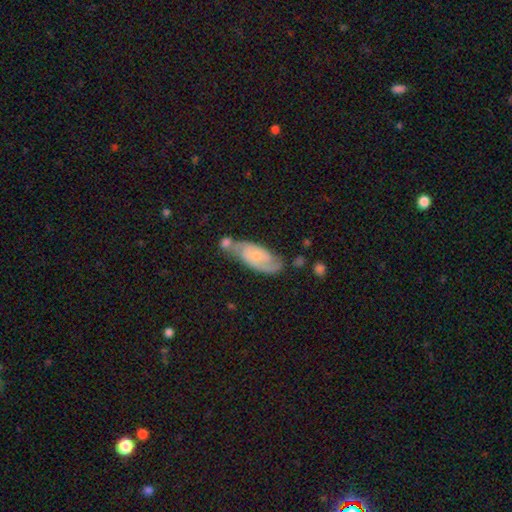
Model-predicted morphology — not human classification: Smooth or featured: featured or disk — 66% (smooth — 28%)
Edge-on disk: no — 93% (yes — 7%)
Bar: no — 64% (weak — 31%)
Spiral arms: yes — 90% (no — 10%)
Spiral winding: medium — 45% (tight — 37%)
Spiral arm count: 2 — 78% (can't tell — 13%)
Bulge size: small — 60% (moderate — 29%)
Merging: none — 47% (minor disturbance — 23%)